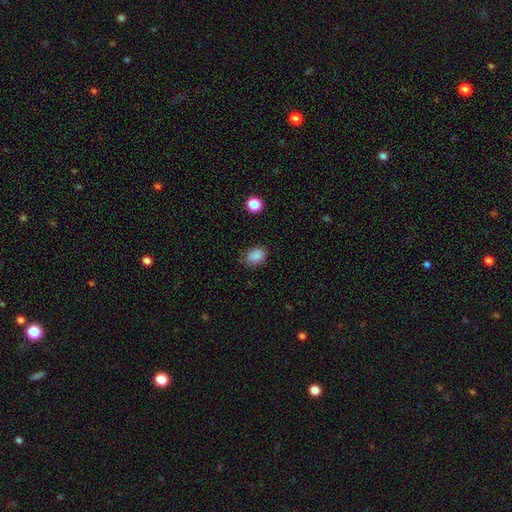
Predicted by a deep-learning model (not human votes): smooth-or-featured: smooth: 87% | star or artifact: 10% | featured or disk: 4%
  how-rounded: in between: 68% | round: 31% | cigar-shaped: 1%
  merging: none: 78% | minor disturbance: 17% | major disturbance: 4% | merger: 1%